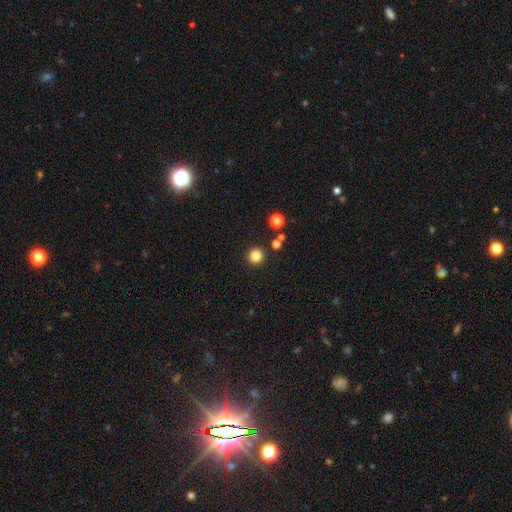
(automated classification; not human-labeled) smooth 84%, star or artifact 12%, featured or disk 4%. Down the decision tree: how rounded — round (96%); merging — none (91%).